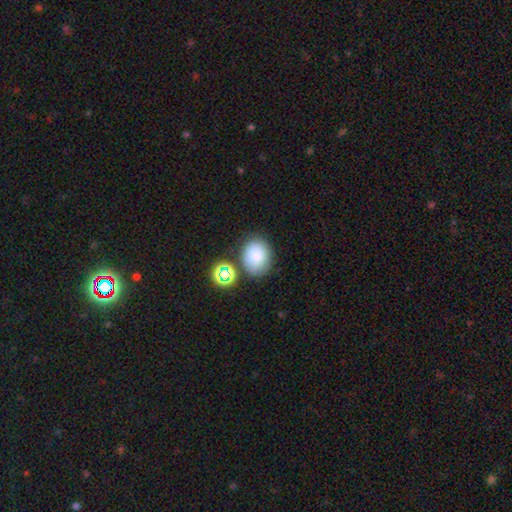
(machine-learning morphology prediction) type=smooth (79%); roundness=round (50%); merging=none (70%).